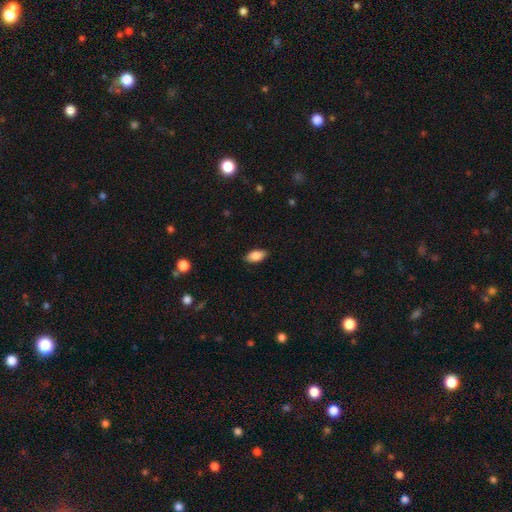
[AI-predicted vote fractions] A smooth galaxy with no disk features (85%) that is in between round and cigar-shaped (92%).

Vote fractions:
- Smooth or featured? smooth: 85% / featured or disk: 8% / star or artifact: 7%
- How rounded? in between: 92% / cigar-shaped: 5% / round: 3%
- Merging? none: 88% / minor disturbance: 9% / major disturbance: 2% / merger: 1%